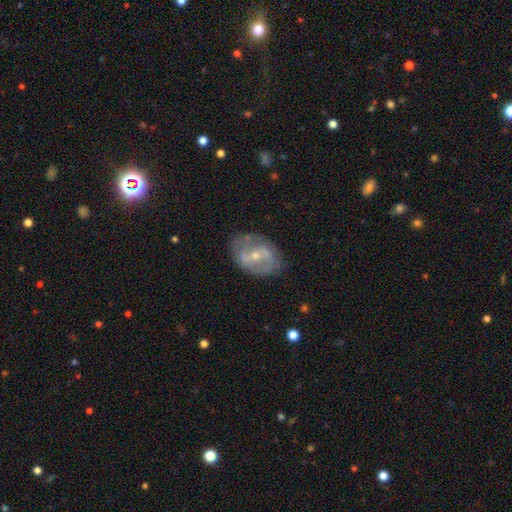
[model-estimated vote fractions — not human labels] Overall: featured or disk (78%). Edge-on disk: no (96%). Bar: weak (44%; strong 29%). Spiral arms: yes (79%). Spiral arm count: 2 (82%). Spiral winding: medium (45%; loose 33%). Bulge size: small (60%; moderate 37%). Merging: none (74%).